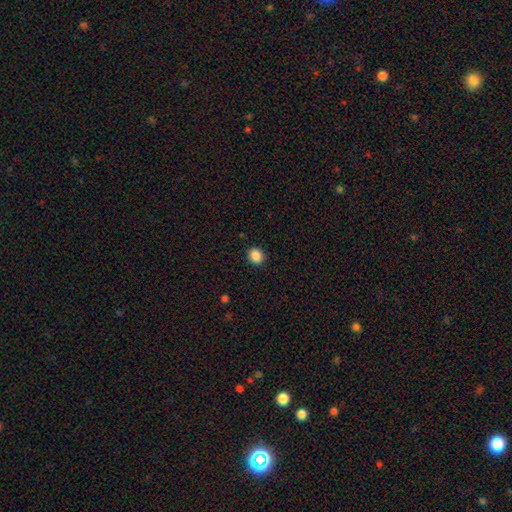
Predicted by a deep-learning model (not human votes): Smooth or featured? smooth (87%)
How rounded? round (79%)
Merging? none (91%)